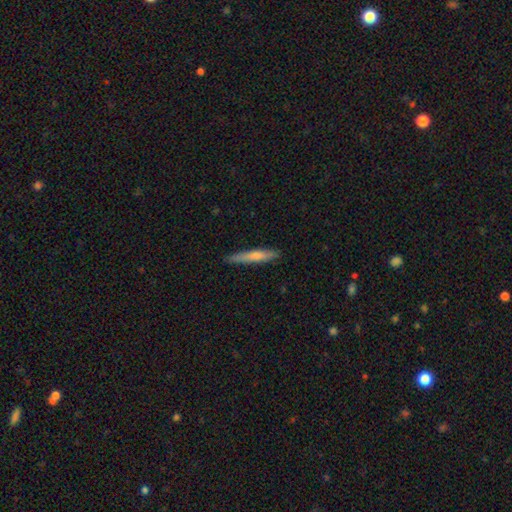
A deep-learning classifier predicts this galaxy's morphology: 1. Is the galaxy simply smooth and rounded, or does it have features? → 52% featured or disk, 39% smooth, 9% star or artifact.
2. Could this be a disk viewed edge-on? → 94% yes, 6% no.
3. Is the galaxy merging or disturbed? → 88% none, 9% minor disturbance, 2% major disturbance, 1% merger.